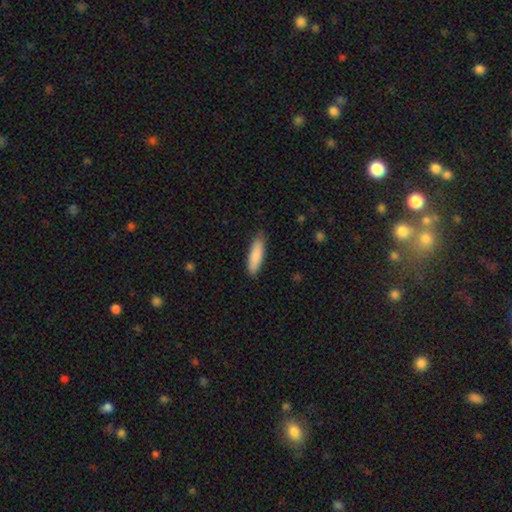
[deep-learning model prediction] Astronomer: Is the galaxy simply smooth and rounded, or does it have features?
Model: smooth — 87%.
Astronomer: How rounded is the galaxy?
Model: cigar-shaped — 61% (runner-up: in between, 37%).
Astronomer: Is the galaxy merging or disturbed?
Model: none — 83%.